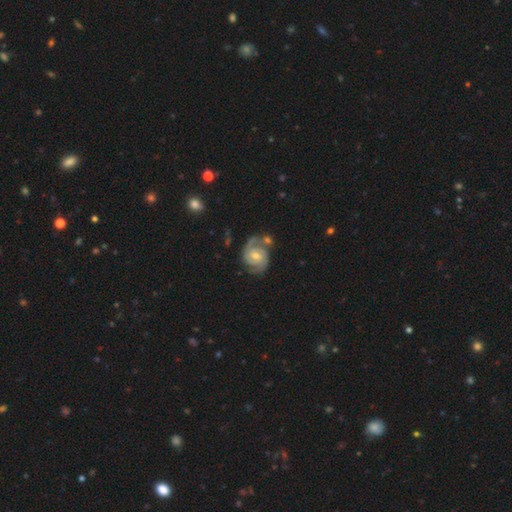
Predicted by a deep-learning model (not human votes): featured or disk 87%, smooth 8%, star or artifact 5%. Down the decision tree: edge-on disk — no (98%); bar — no (53%); spiral arms — yes (97%); spiral arm count — 2 (80%); spiral winding — tight (47%); bulge size — moderate (53%); merging — none (61%).